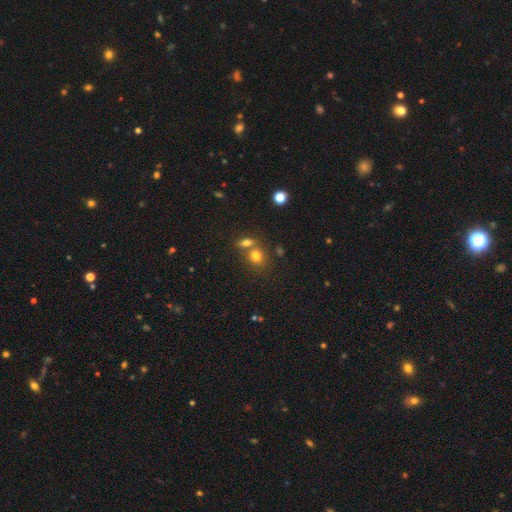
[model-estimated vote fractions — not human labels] smooth 77%, star or artifact 13%, featured or disk 10%. Down the decision tree: how rounded — round (59%); merging — none (49%).